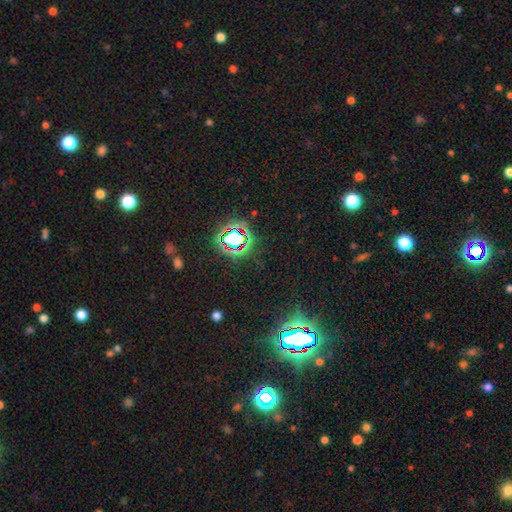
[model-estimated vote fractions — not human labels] Overall: star or artifact (80%).